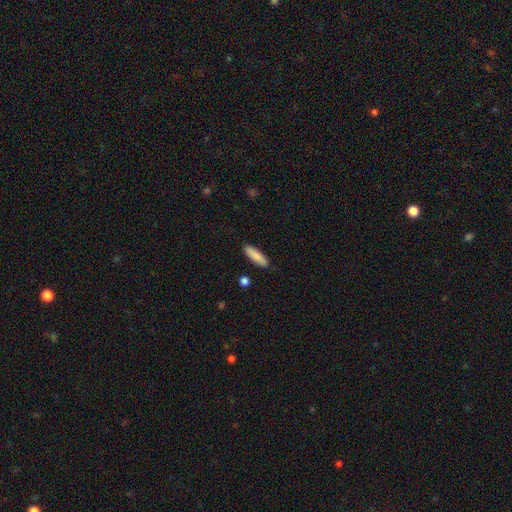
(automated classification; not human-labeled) Smooth or featured?
  - smooth: 85% *
  - featured or disk: 9%
  - star or artifact: 6%
How rounded?
  - cigar-shaped: 67% *
  - in between: 31%
  - round: 2%
Merging?
  - none: 89% *
  - minor disturbance: 7%
  - major disturbance: 2%
  - merger: 2%